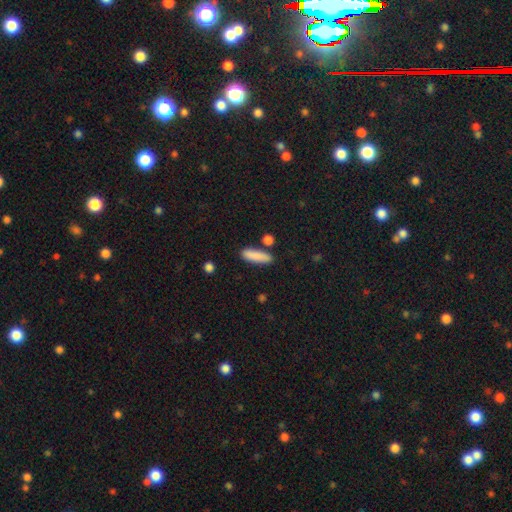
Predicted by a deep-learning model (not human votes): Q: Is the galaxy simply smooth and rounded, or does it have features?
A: smooth — 87%.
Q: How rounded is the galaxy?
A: cigar-shaped — 61%.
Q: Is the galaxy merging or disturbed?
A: none — 80%.